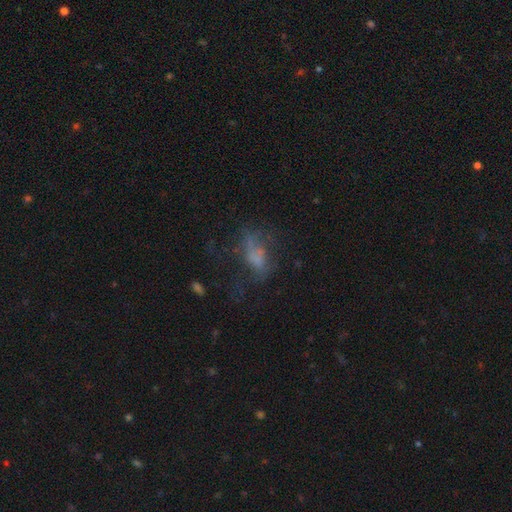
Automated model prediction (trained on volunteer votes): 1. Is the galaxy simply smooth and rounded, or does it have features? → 41% smooth, 39% featured or disk, 21% star or artifact.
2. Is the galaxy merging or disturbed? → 41% major disturbance, 35% none, 19% minor disturbance, 5% merger.